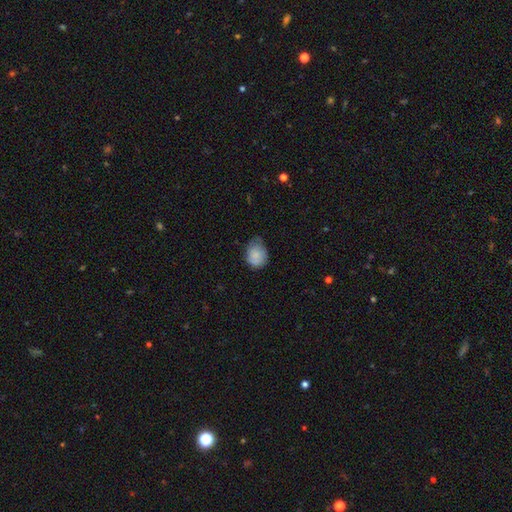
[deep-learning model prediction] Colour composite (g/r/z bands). It shows a smooth galaxy with no disk features (84%) that is round (52%). Merging: none (49%).